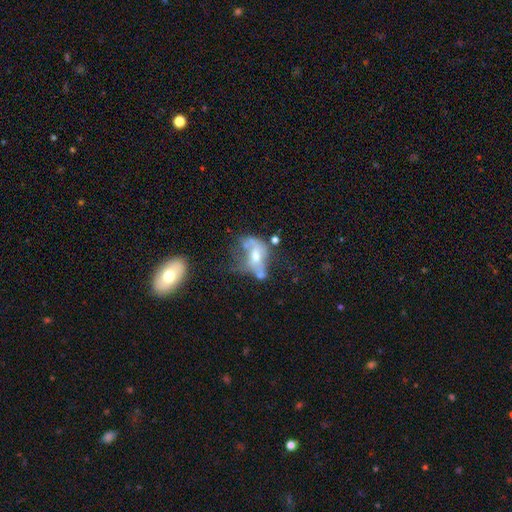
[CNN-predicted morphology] Smooth or featured?
  - featured or disk: 57% *
  - smooth: 31%
  - star or artifact: 12%
Edge-on disk?
  - no: 92% *
  - yes: 8%
Bar?
  - no: 72% *
  - weak: 20%
  - strong: 8%
Spiral arms?
  - no: 78% *
  - yes: 22%
Bulge size?
  - moderate: 59% *
  - small: 25%
  - large: 7%
  - none: 7%
  - dominant: 1%
Merging?
  - major disturbance: 35% *
  - merger: 27%
  - none: 21%
  - minor disturbance: 17%